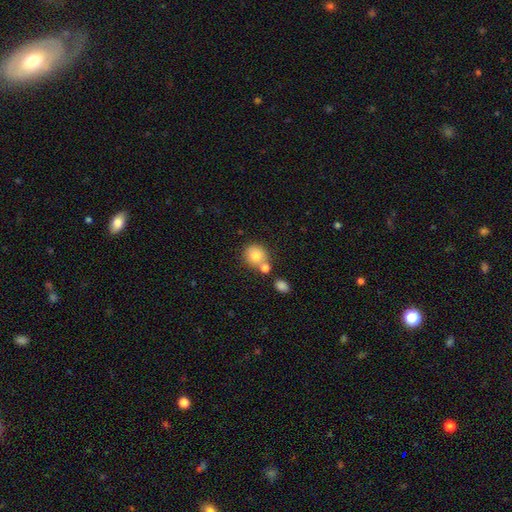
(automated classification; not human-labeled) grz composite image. It shows a smooth galaxy with no disk features (78%) that is round (83%). Merging: none (58%).